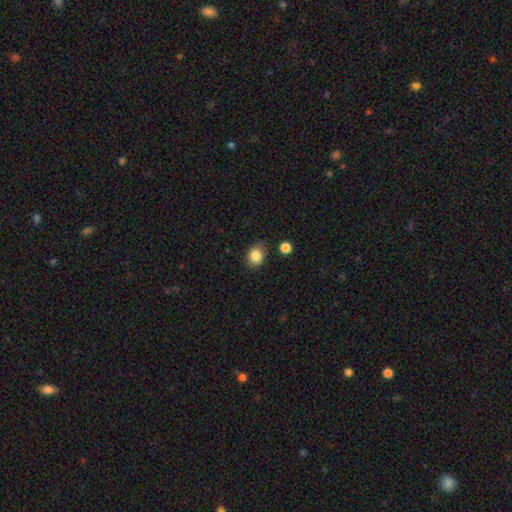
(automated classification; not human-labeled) smooth-or-featured: smooth: 85% | star or artifact: 10% | featured or disk: 5%
  how-rounded: round: 58% | in between: 41% | cigar-shaped: 1%
  merging: none: 75% | minor disturbance: 18% | major disturbance: 4% | merger: 3%